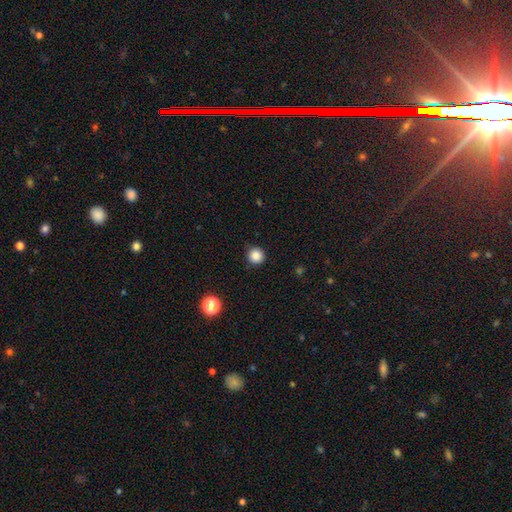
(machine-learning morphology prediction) smooth_or_featured: smooth (p=0.86) [alt: star or artifact p=0.11]
how_rounded: round (p=0.95) [alt: in between p=0.04]
merging: none (p=0.89) [alt: minor disturbance p=0.08]